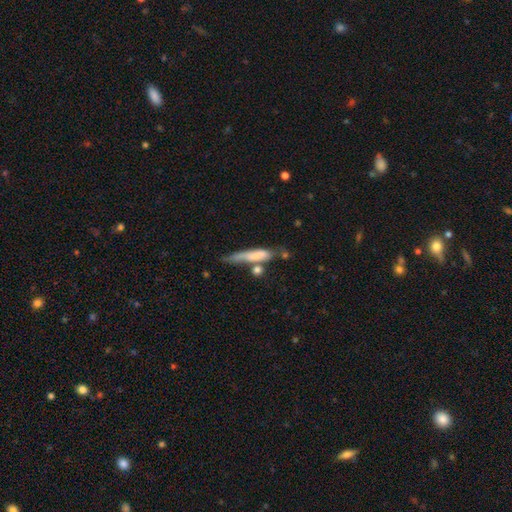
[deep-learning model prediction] Morphology: type=smooth (63%); roundness=cigar-shaped (81%); merging=none (35%).